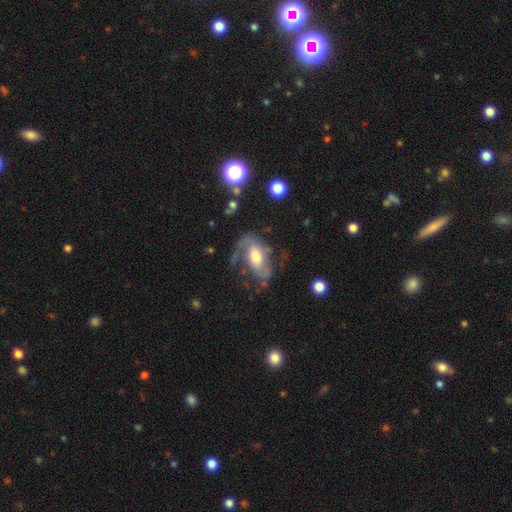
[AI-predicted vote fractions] Smooth or featured?
  - featured or disk: 78% *
  - smooth: 17%
  - star or artifact: 6%
Edge-on disk?
  - no: 95% *
  - yes: 5%
Bar?
  - no: 39% * (tied)
  - weak: 39% * (tied)
  - strong: 21%
Spiral arms?
  - yes: 90% *
  - no: 10%
Spiral winding?
  - medium: 45% *
  - loose: 37%
  - tight: 17%
Spiral arm count?
  - 2: 80% *
  - 1: 9%
  - can't tell: 7%
  - 3: 2%
  - 4: 1%
  - more than 4: 1%
Bulge size?
  - moderate: 60% *
  - large: 20%
  - small: 16%
  - none: 2%
  - dominant: 2%
Merging?
  - none: 54% *
  - major disturbance: 23%
  - minor disturbance: 20%
  - merger: 3%